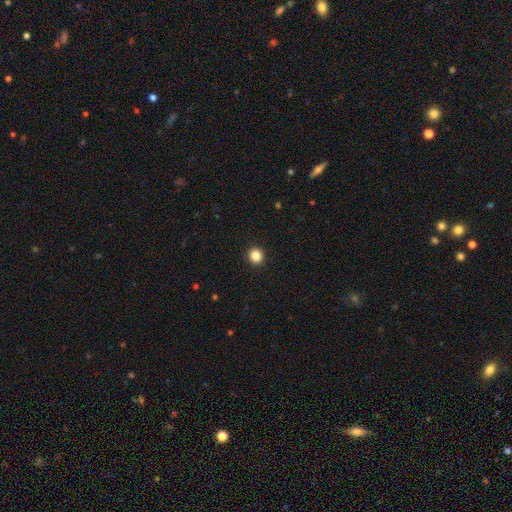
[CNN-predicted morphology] Smooth or featured? Predicted: smooth (p=0.85). How rounded? Predicted: round (p=0.92). Merging? Predicted: none (p=0.93).